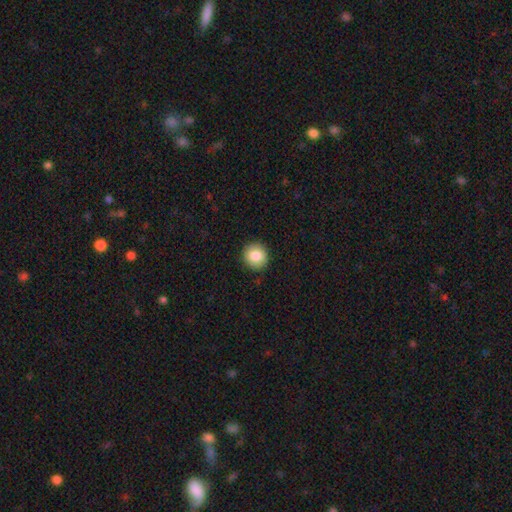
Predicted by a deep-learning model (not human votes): Smooth or featured? Predicted: smooth (p=0.85). How rounded? Predicted: round (p=0.91). Merging? Predicted: none (p=0.91).